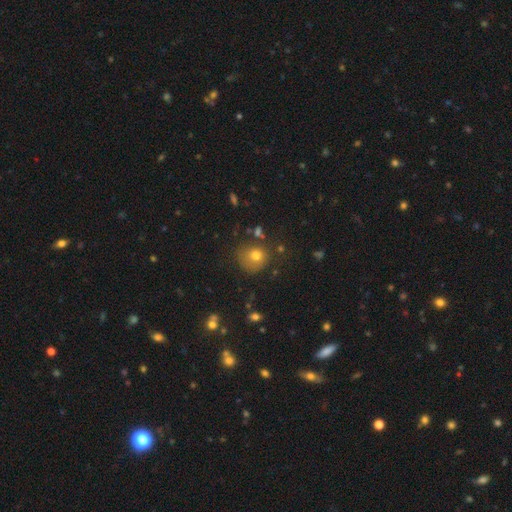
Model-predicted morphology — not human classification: Overall: smooth (74%). How rounded: round (83%). Merging: none (61%; minor disturbance 23%).